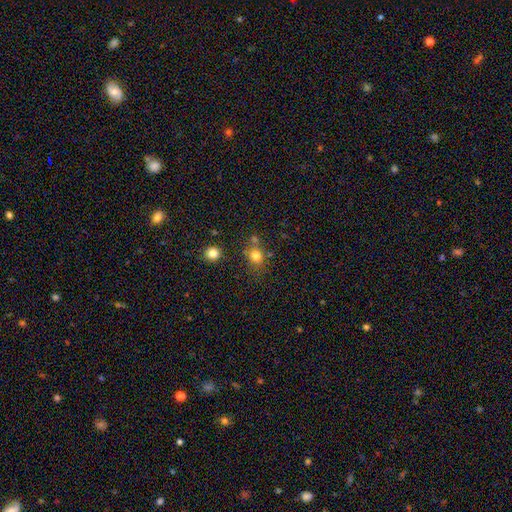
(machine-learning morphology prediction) smooth-or-featured: smooth: 78% | star or artifact: 14% | featured or disk: 8%
  how-rounded: round: 74% | in between: 25% | cigar-shaped: 1%
  merging: none: 65% | merger: 16% | minor disturbance: 14% | major disturbance: 5%